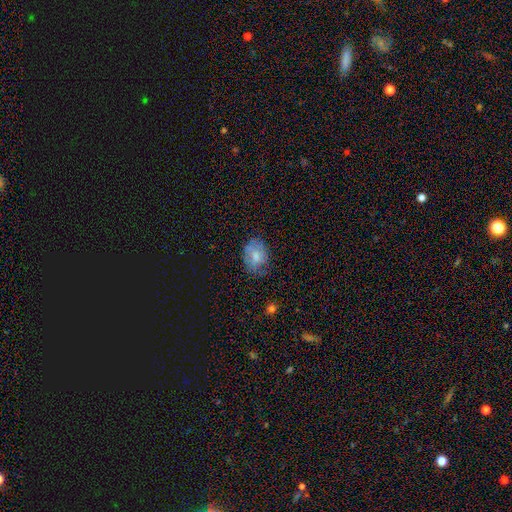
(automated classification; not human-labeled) Smooth or featured?
  - smooth: 67% *
  - featured or disk: 24%
  - star or artifact: 8%
How rounded?
  - in between: 70% *
  - round: 29%
  - cigar-shaped: 1%
Merging?
  - none: 62% *
  - minor disturbance: 27%
  - major disturbance: 9%
  - merger: 2%